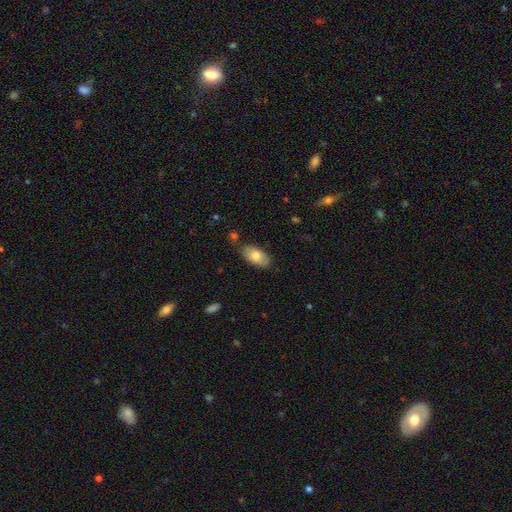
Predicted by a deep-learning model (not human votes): Morphology: type=smooth (79%); roundness=in between (93%); merging=none (76%).